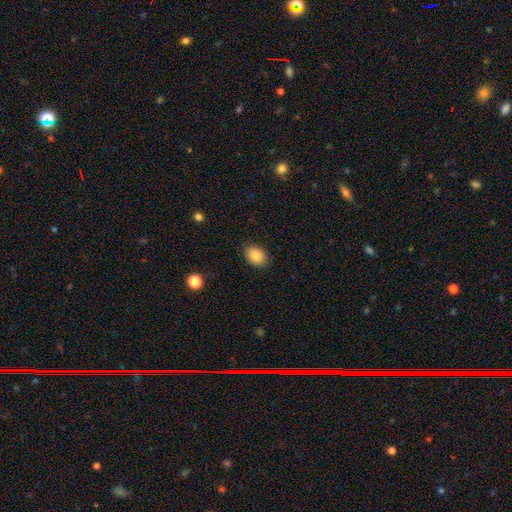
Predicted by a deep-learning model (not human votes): Smooth or featured?
  - smooth: 86% *
  - star or artifact: 8%
  - featured or disk: 6%
How rounded?
  - in between: 71% *
  - round: 28%
  - cigar-shaped: 1%
Merging?
  - none: 85% *
  - minor disturbance: 11%
  - major disturbance: 3%
  - merger: 1%